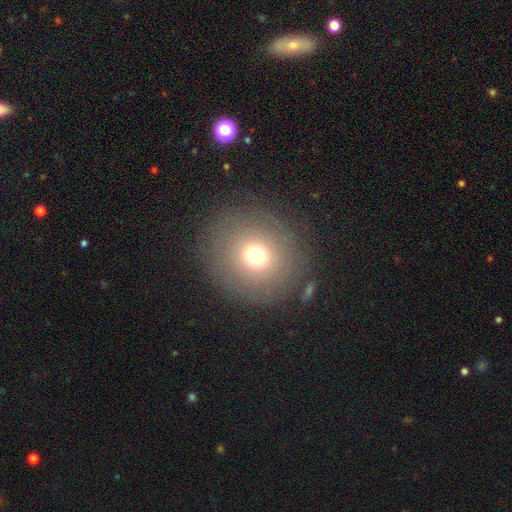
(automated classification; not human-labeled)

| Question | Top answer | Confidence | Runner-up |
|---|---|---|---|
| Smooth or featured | smooth | 71% | featured or disk (16%) |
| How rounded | round | 89% | in between (10%) |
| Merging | none | 85% | minor disturbance (9%) |